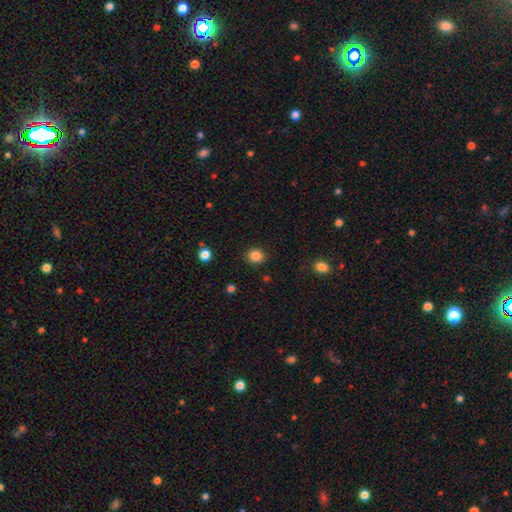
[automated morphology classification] smooth_or_featured: smooth (p=0.86) [alt: star or artifact p=0.11]
how_rounded: round (p=0.82) [alt: in between p=0.17]
merging: none (p=0.88) [alt: minor disturbance p=0.08]